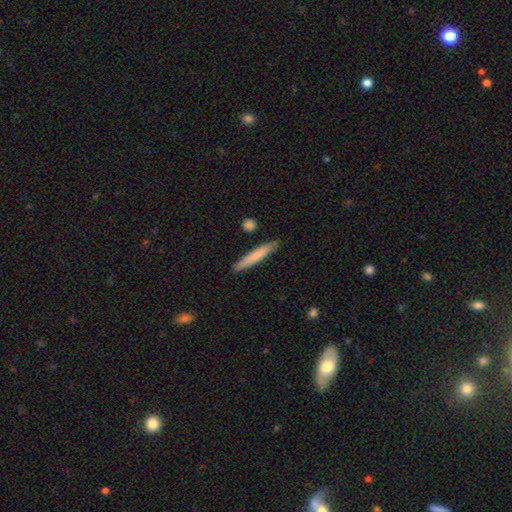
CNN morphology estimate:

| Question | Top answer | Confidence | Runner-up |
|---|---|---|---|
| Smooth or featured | smooth | 74% | featured or disk (21%) |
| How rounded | cigar-shaped | 94% | in between (4%) |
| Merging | none | 87% | minor disturbance (9%) |